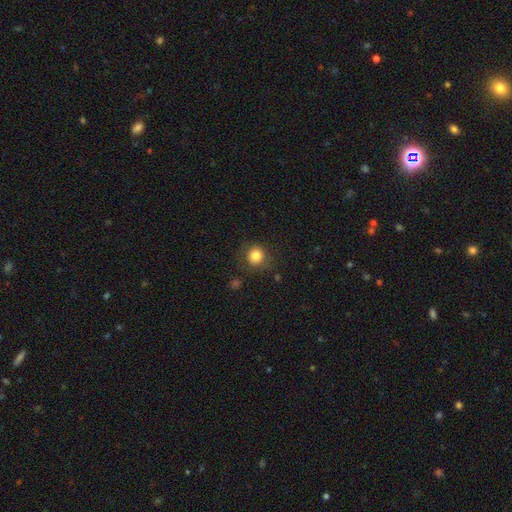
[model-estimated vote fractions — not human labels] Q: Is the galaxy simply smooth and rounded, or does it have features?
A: smooth — 83%.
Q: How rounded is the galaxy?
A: round — 89%.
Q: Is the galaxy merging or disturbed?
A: none — 82%.